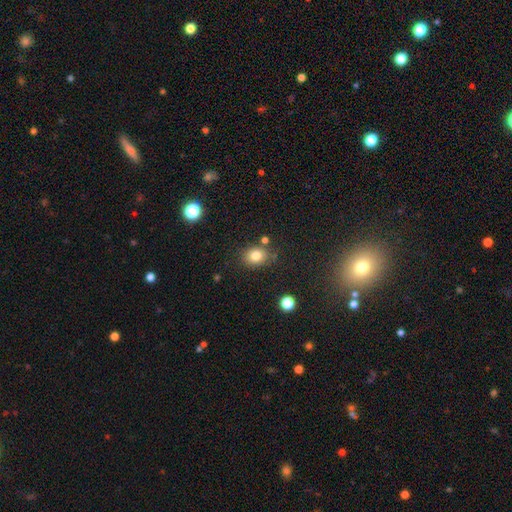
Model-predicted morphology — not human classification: Smooth or featured? Predicted: smooth (p=0.81). How rounded? Predicted: round (p=0.51). Merging? Predicted: none (p=0.79).